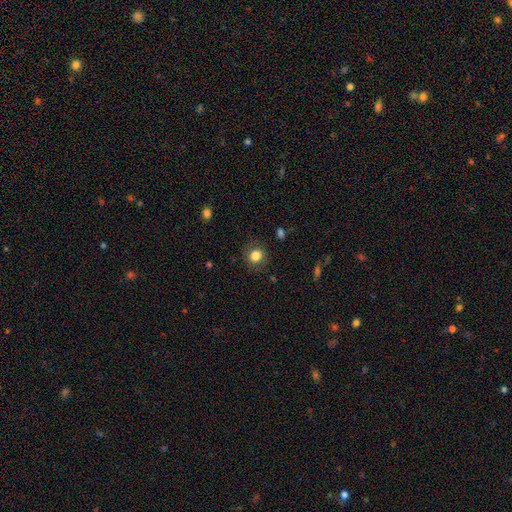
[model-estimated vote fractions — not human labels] Morphology: type=smooth (82%); roundness=round (77%); merging=none (83%).